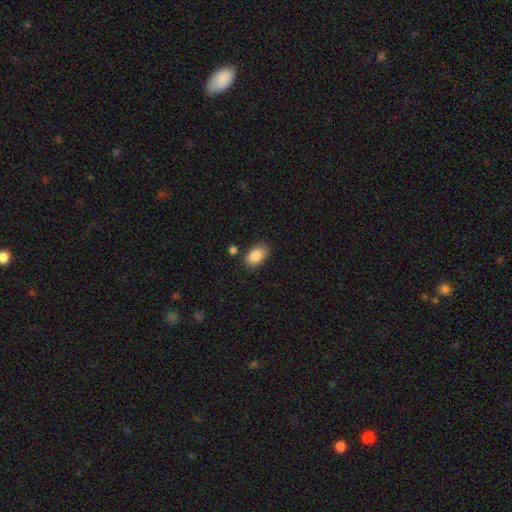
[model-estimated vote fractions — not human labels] smooth 88%, star or artifact 7%, featured or disk 5%. Down the decision tree: how rounded — in between (89%); merging — none (76%).